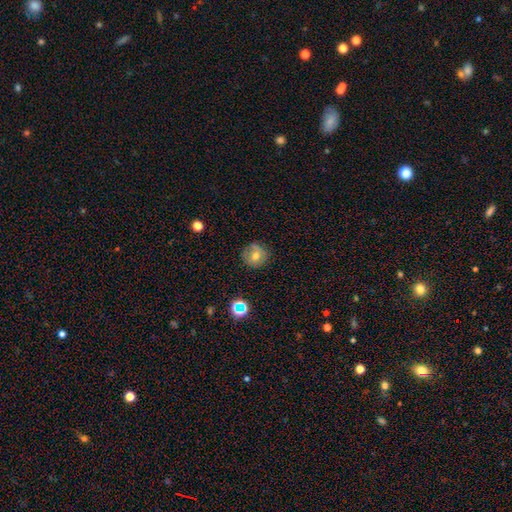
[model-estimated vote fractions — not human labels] Overall: smooth (62%; featured or disk 25%). How rounded: round (91%). Merging: none (79%).